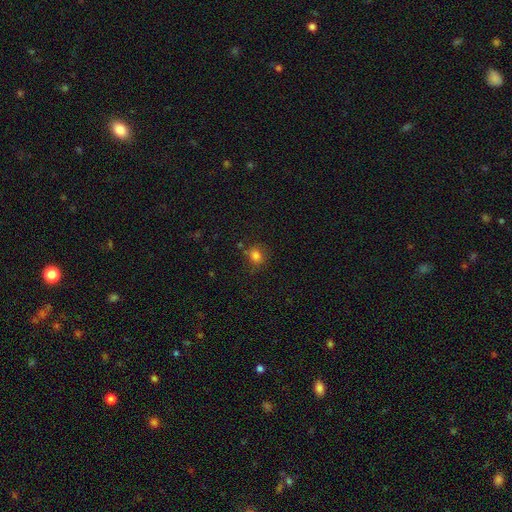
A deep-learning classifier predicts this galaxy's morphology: Overall: smooth (79%). How rounded: round (71%). Merging: none (72%).